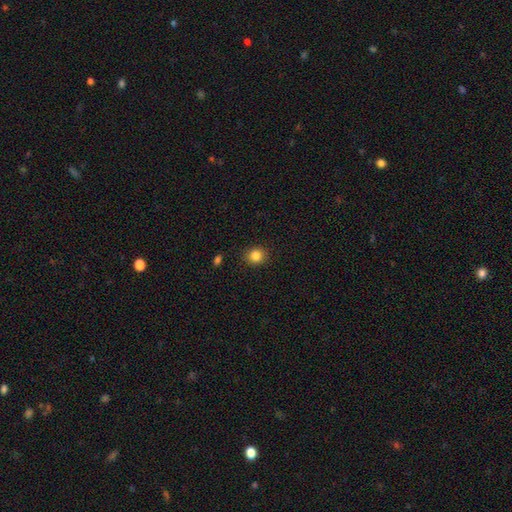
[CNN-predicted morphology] This appears to be a smooth galaxy with no disk features (84%) that is round (85%). Merging: none (89%).